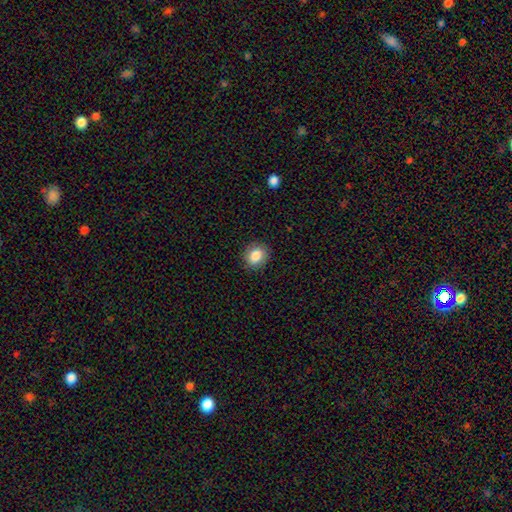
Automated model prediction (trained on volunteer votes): Morphology: type=smooth (85%); roundness=round (64%); merging=none (88%).